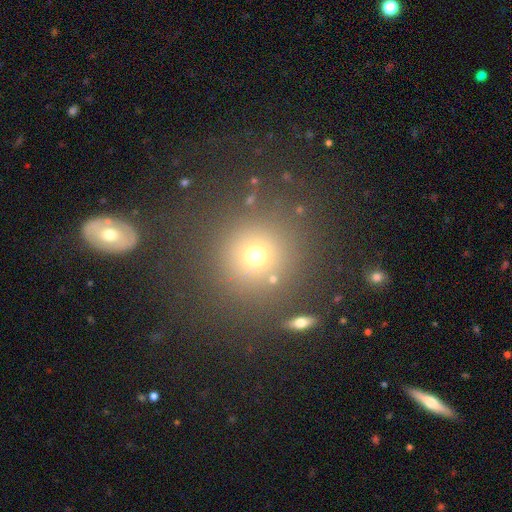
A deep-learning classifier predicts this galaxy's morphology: Overall: smooth (68%). How rounded: round (92%). Merging: none (81%).